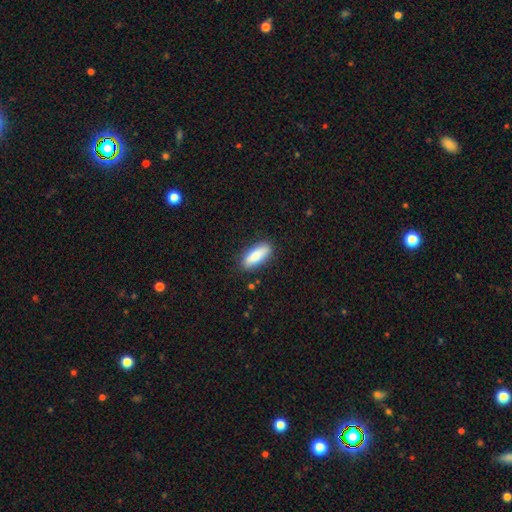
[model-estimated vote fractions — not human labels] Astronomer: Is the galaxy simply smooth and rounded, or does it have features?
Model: smooth — 80%.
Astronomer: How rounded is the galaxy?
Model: in between — 68%.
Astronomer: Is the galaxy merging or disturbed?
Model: none — 86%.